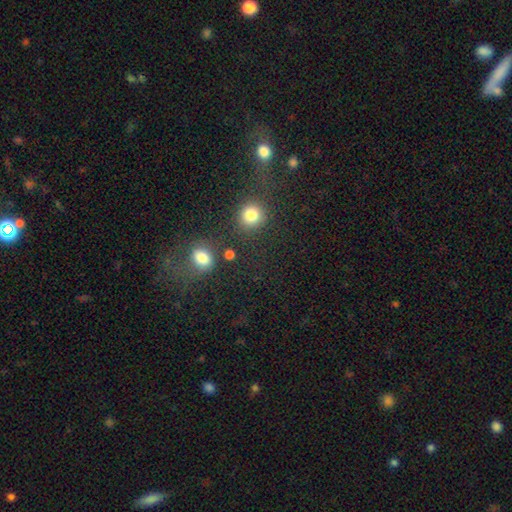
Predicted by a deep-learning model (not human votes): Q: Smooth or featured?
A: smooth (55%); runner-up: star or artifact (35%)
Q: How rounded?
A: round (88%); runner-up: in between (11%)
Q: Merging?
A: none (55%); runner-up: merger (27%)